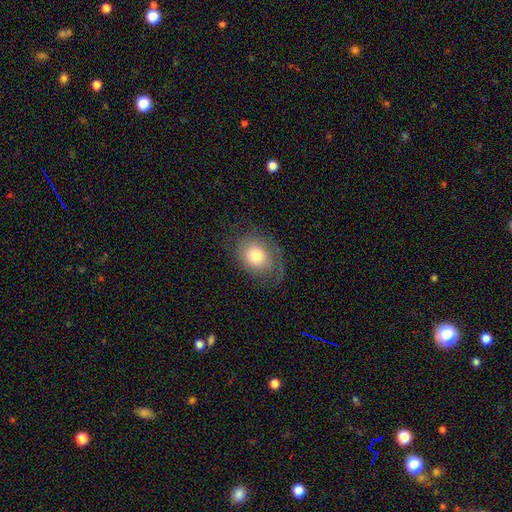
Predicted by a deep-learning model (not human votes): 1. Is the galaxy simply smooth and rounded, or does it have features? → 57% smooth, 34% featured or disk, 9% star or artifact.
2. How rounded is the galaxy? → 57% in between, 42% round, 1% cigar-shaped.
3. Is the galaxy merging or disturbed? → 62% none, 21% minor disturbance, 15% major disturbance, 1% merger.